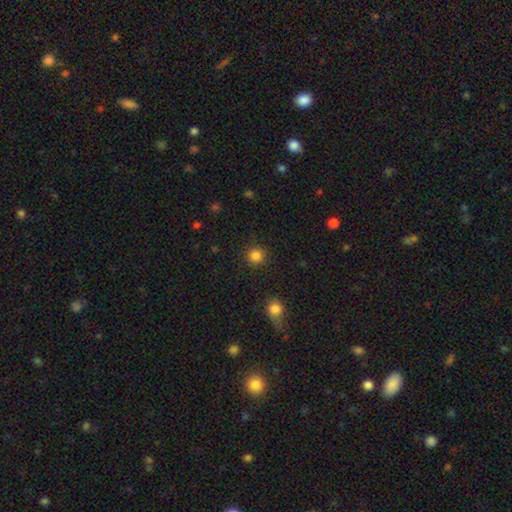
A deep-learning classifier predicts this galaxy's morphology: Overall: smooth (85%). How rounded: round (94%). Merging: none (90%).